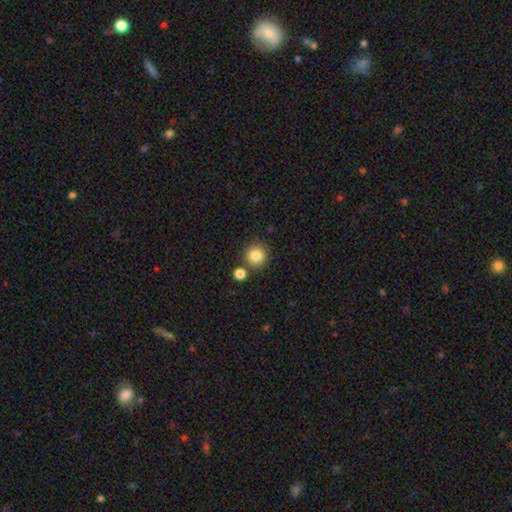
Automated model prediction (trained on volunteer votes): Morphology: type=smooth (84%); roundness=round (92%); merging=none (80%).